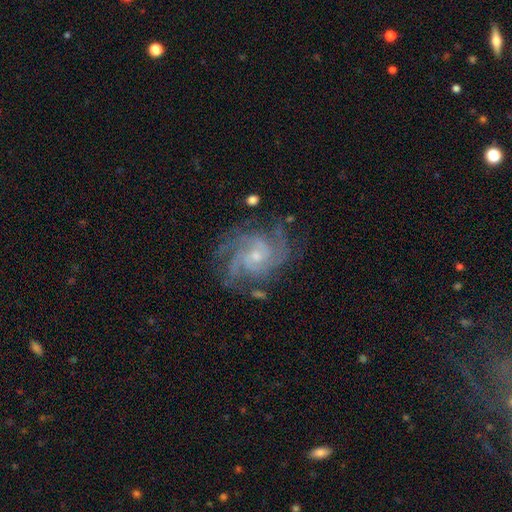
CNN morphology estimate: smooth_or_featured: featured or disk (p=0.88) [alt: star or artifact p=0.07]
disk_edge_on: no (p=0.98) [alt: yes p=0.02]
bar: no (p=0.68) [alt: weak p=0.27]
has_spiral_arms: yes (p=0.98) [alt: no p=0.02]
spiral_winding: tight (p=0.56) [alt: medium p=0.37]
spiral_arm_count: 4 (p=0.30) [alt: 3 p=0.26]
bulge_size: small (p=0.67) [alt: moderate p=0.28]
merging: none (p=0.73) [alt: minor disturbance p=0.17]